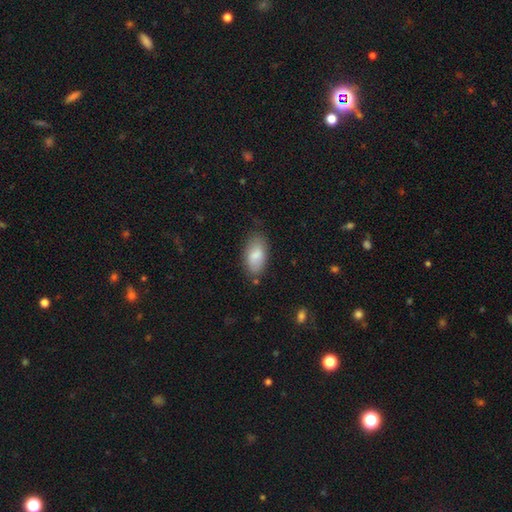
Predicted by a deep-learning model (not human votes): This is clearly a smooth galaxy (82%). How rounded: clearly in between (93%). Merging: likely none (72%).